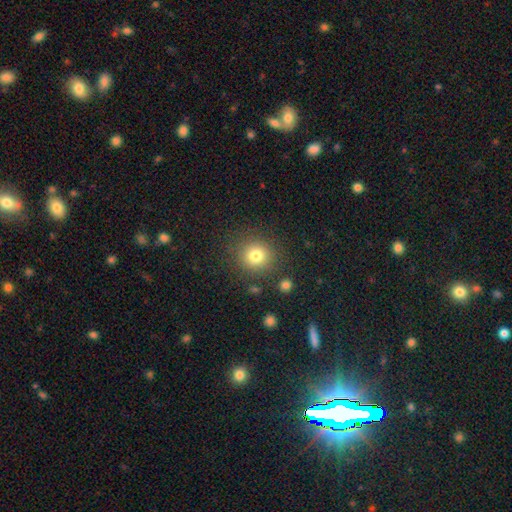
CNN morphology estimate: type=smooth (79%); roundness=round (90%); merging=none (86%).